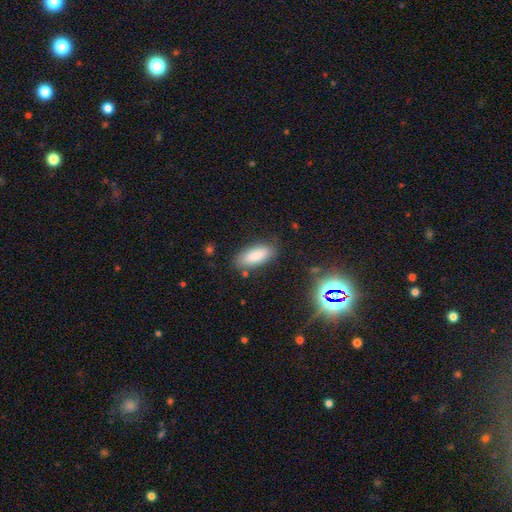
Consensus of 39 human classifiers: smooth 92%, star or artifact 5%, featured or disk 3%. Down the decision tree: how rounded — in between (86%); merging — none (84%).